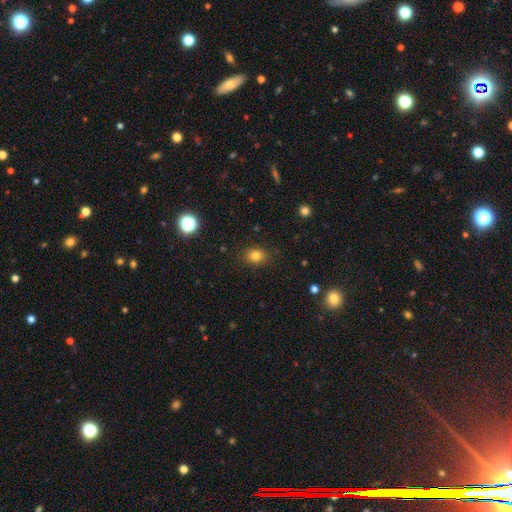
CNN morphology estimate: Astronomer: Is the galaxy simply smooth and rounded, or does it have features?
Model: smooth — 81%.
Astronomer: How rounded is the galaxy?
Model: round — 53% (runner-up: in between, 46%).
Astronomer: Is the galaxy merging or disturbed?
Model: none — 87%.